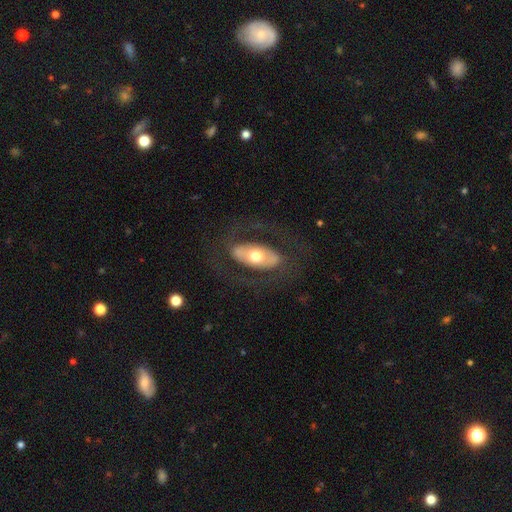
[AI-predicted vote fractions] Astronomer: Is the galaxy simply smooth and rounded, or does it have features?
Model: featured or disk — 56% (runner-up: smooth, 39%).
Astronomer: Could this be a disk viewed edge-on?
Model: no — 86%.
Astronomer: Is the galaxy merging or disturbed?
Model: none — 76%.